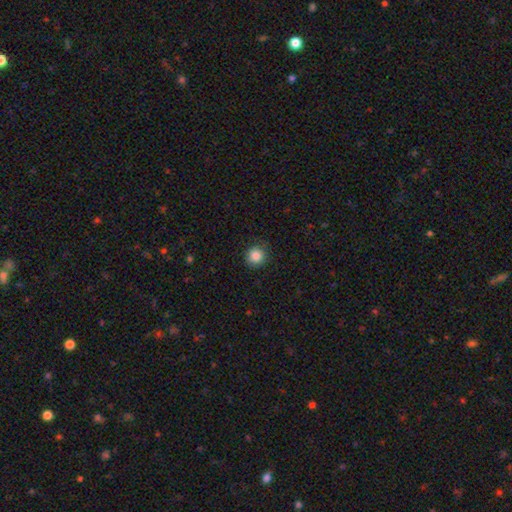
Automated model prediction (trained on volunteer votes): smooth_or_featured: smooth (p=0.86) [alt: star or artifact p=0.10]
how_rounded: round (p=0.93) [alt: in between p=0.06]
merging: none (p=0.87) [alt: minor disturbance p=0.09]